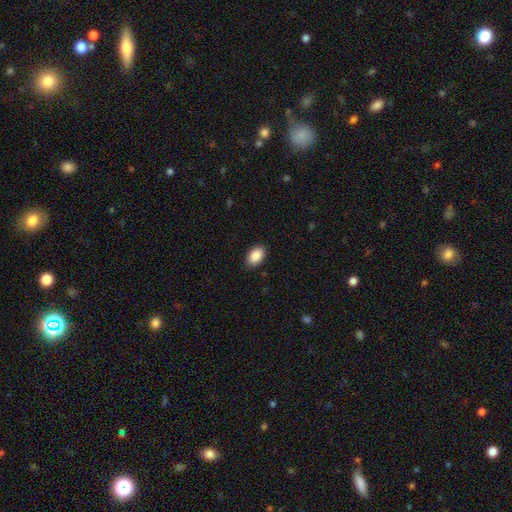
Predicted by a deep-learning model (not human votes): Q: Smooth or featured?
A: smooth (89%); runner-up: star or artifact (7%)
Q: How rounded?
A: in between (91%); runner-up: round (8%)
Q: Merging?
A: none (88%); runner-up: minor disturbance (9%)